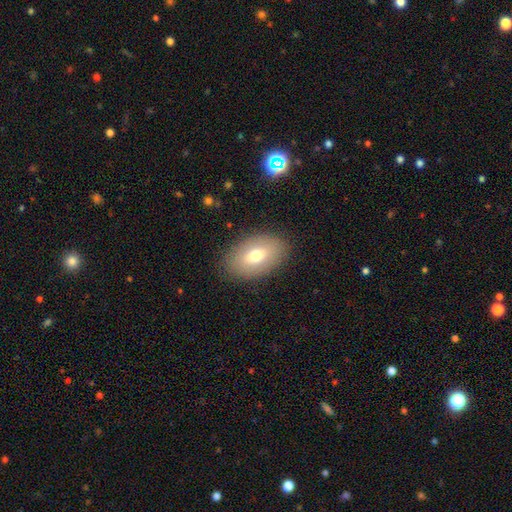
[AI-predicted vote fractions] Smooth or featured?
  - smooth: 69% *
  - featured or disk: 22%
  - star or artifact: 8%
How rounded?
  - in between: 89% *
  - round: 9%
  - cigar-shaped: 1%
Merging?
  - none: 86% *
  - minor disturbance: 10%
  - major disturbance: 3%
  - merger: 1%